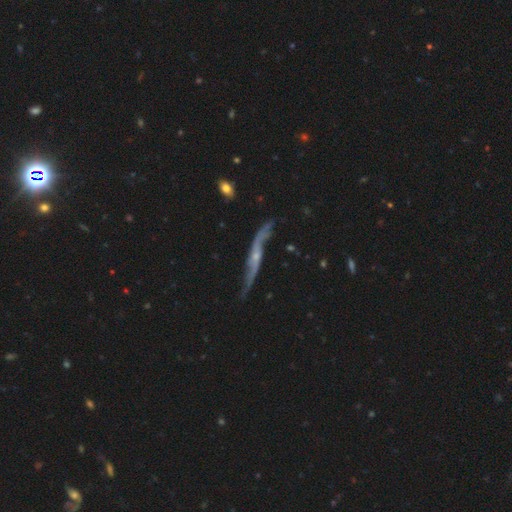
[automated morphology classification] smooth-or-featured: featured or disk: 81% | smooth: 13% | star or artifact: 7%
  disk-edge-on: yes: 57% | no: 43%
  merging: none: 60% | minor disturbance: 25% | major disturbance: 11% | merger: 4%